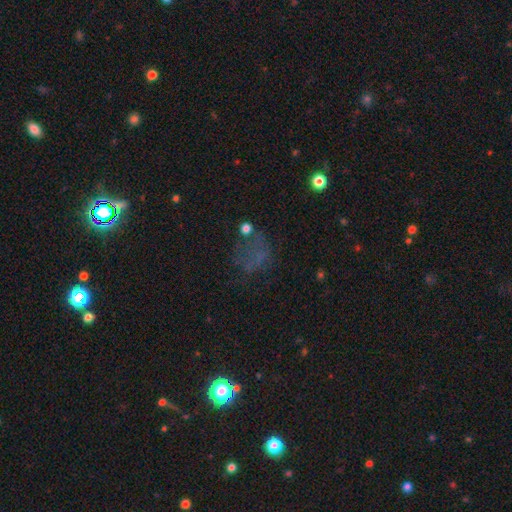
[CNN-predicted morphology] Smooth or featured? smooth (39%)
Merging? none (48%)